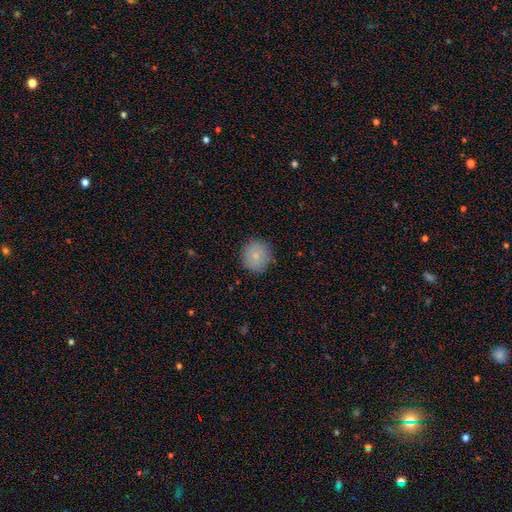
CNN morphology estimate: type=smooth (84%); roundness=round (92%); merging=none (88%).